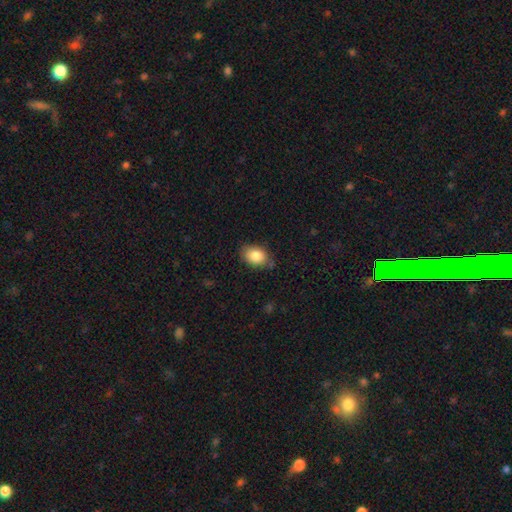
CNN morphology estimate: smooth-or-featured: smooth: 86% | star or artifact: 7% | featured or disk: 6%
  how-rounded: in between: 81% | round: 18% | cigar-shaped: 1%
  merging: none: 76% | minor disturbance: 18% | major disturbance: 4% | merger: 2%